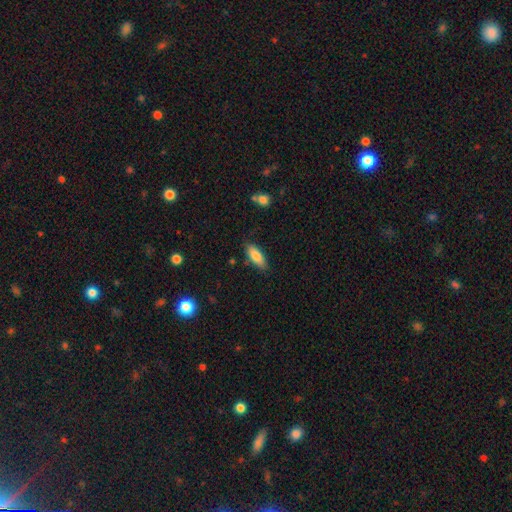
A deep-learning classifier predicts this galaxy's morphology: Q: Smooth or featured?
A: smooth (83%); runner-up: featured or disk (10%)
Q: How rounded?
A: in between (71%); runner-up: cigar-shaped (27%)
Q: Merging?
A: none (81%); runner-up: minor disturbance (14%)